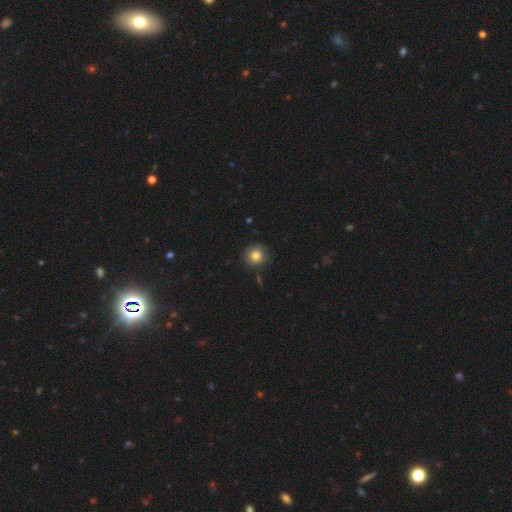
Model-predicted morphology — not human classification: Overall: smooth (83%). How rounded: round (93%). Merging: none (87%).